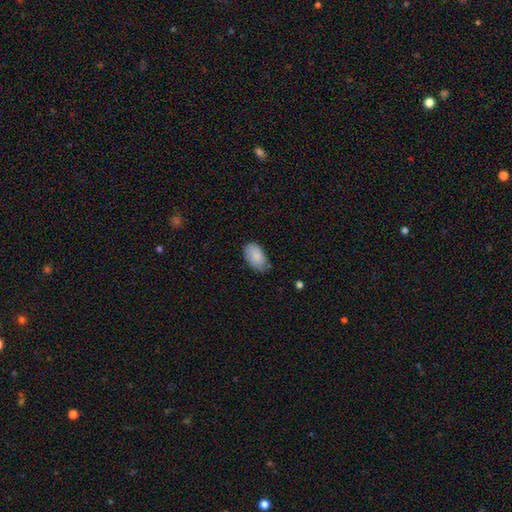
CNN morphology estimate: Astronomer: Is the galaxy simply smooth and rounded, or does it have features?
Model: smooth — 86%.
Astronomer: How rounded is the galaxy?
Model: in between — 94%.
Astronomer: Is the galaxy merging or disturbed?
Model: none — 66%.